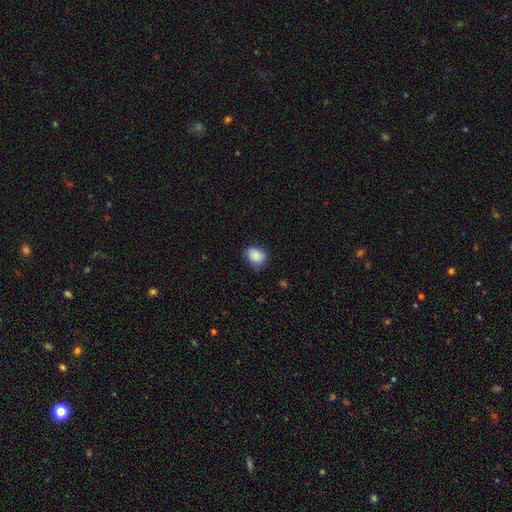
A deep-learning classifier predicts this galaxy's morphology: smooth_or_featured: smooth (p=0.87) [alt: star or artifact p=0.08]
how_rounded: in between (p=0.54) [alt: round p=0.46]
merging: none (p=0.67) [alt: minor disturbance p=0.27]